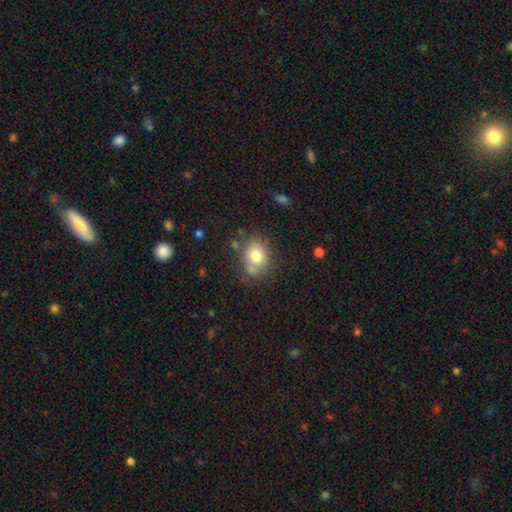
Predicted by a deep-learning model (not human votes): Smooth or featured? Predicted: smooth (p=0.76). How rounded? Predicted: round (p=0.53). Merging? Predicted: none (p=0.64).